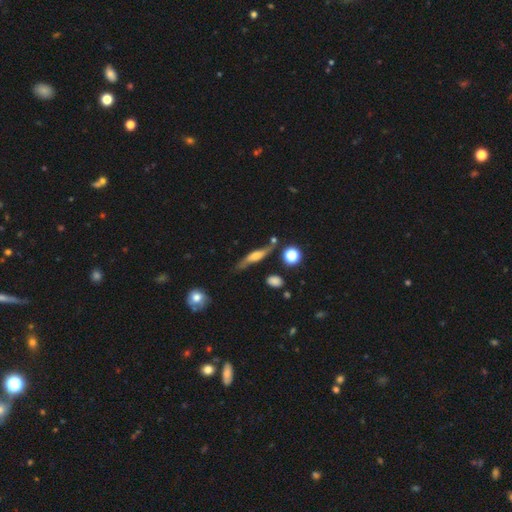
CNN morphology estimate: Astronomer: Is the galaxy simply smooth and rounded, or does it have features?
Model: featured or disk — 62%.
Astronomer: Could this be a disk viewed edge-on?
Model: yes — 72%.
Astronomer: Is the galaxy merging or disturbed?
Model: none — 67%.